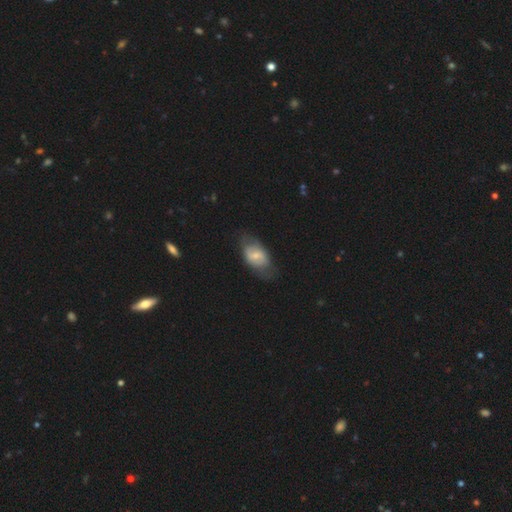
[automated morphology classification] This is possibly a smooth galaxy (48%). Merging: likely none (68%).